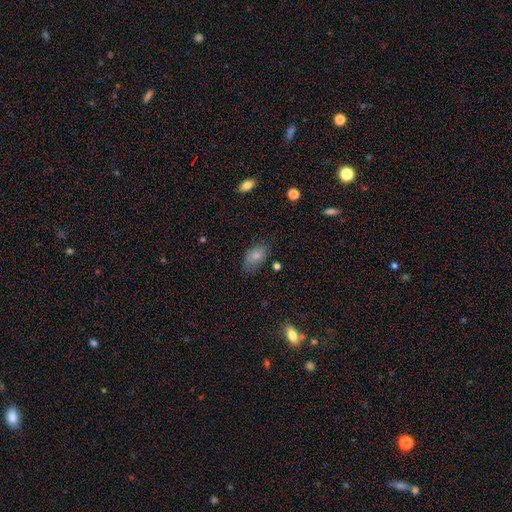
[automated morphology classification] Smooth or featured? smooth (79%)
How rounded? in between (90%)
Merging? none (61%)